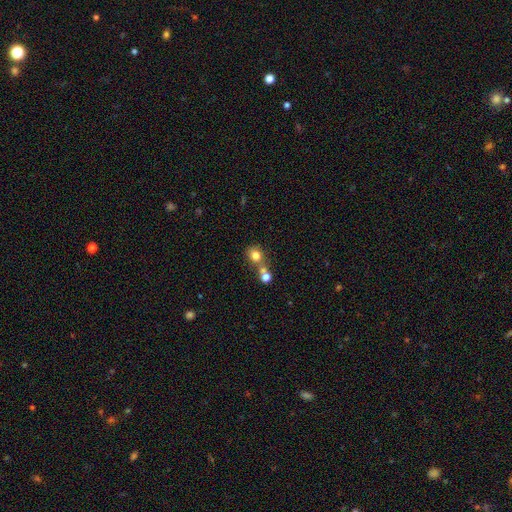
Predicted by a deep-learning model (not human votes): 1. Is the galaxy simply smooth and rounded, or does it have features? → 76% smooth, 12% star or artifact, 11% featured or disk.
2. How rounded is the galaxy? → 70% round, 29% in between, 1% cigar-shaped.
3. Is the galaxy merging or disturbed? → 45% none, 41% merger, 9% minor disturbance, 5% major disturbance.